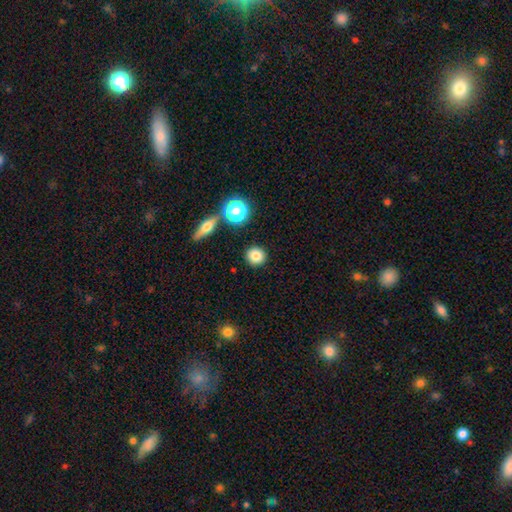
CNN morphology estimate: Overall: smooth (82%). How rounded: round (91%). Merging: none (89%).